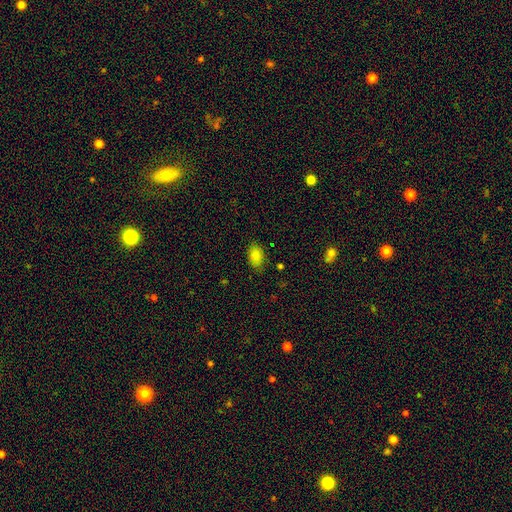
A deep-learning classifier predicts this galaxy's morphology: This is clearly a smooth galaxy (86%). How rounded: clearly in between (90%). Merging: clearly none (80%).